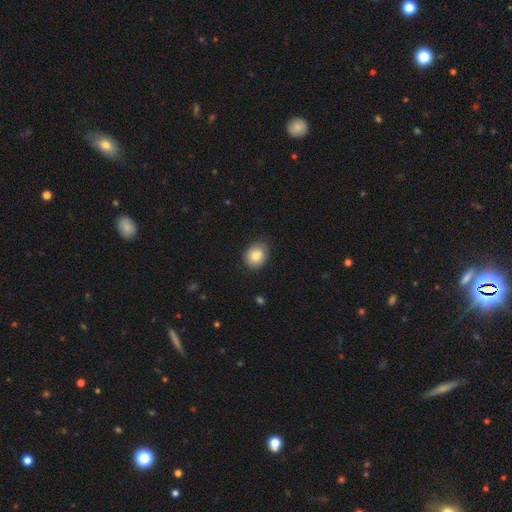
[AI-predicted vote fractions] This is clearly a smooth galaxy (83%). How rounded: possibly round (52%). Merging: clearly none (81%).